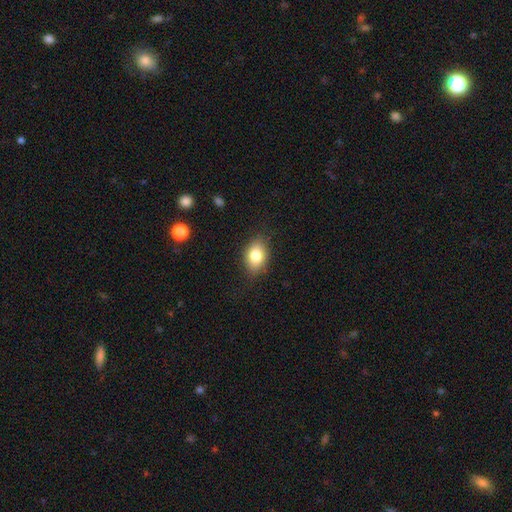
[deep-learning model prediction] A smooth galaxy with no disk features (81%) that is in between round and cigar-shaped (80%). Merging: none (83%).